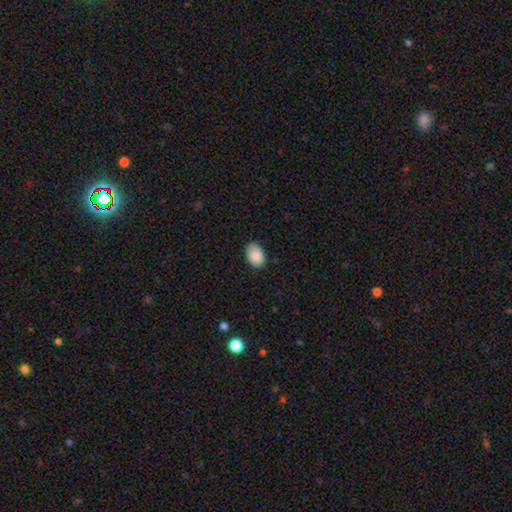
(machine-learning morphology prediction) A smooth galaxy with no disk features (89%) that is in between round and cigar-shaped (81%).

Vote fractions:
- Smooth or featured? smooth: 89% / star or artifact: 7% / featured or disk: 4%
- How rounded? in between: 81% / round: 18% / cigar-shaped: 1%
- Merging? none: 79% / minor disturbance: 18% / major disturbance: 3% / merger: 1%